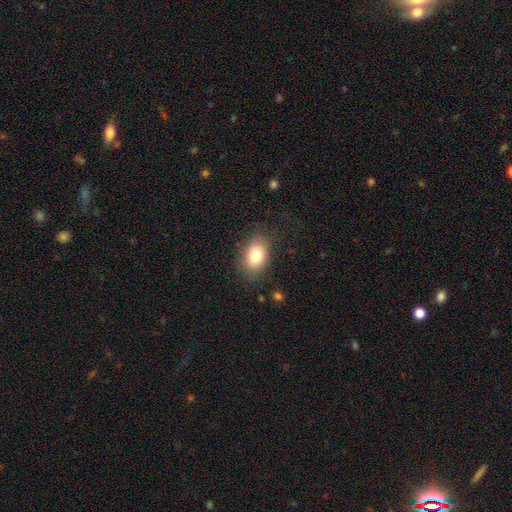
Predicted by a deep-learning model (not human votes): A smooth galaxy with no disk features (79%) that is in between round and cigar-shaped (78%). Merging: none (80%).